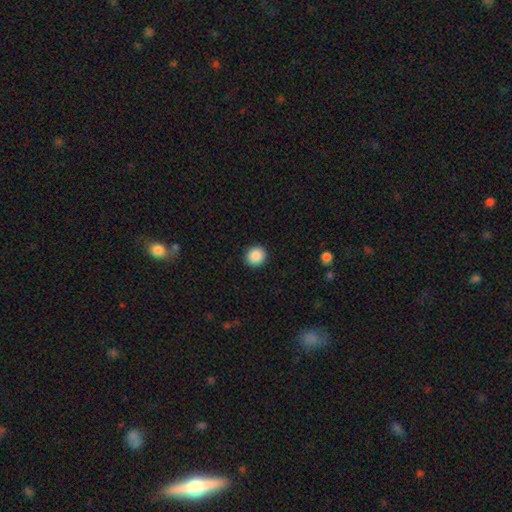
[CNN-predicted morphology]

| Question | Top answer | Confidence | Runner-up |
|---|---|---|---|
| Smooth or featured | smooth | 89% | star or artifact (9%) |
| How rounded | round | 91% | in between (8%) |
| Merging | none | 93% | minor disturbance (5%) |